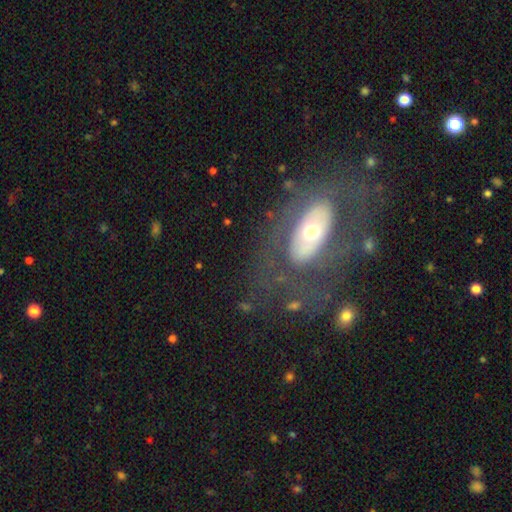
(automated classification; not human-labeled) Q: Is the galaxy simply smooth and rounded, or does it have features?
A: featured or disk — 60%.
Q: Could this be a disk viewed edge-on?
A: no — 88%.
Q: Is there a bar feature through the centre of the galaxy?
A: no — 76%.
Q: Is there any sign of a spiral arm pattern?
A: no — 73%.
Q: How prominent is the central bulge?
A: moderate — 60%.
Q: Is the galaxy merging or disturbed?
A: none — 66%.